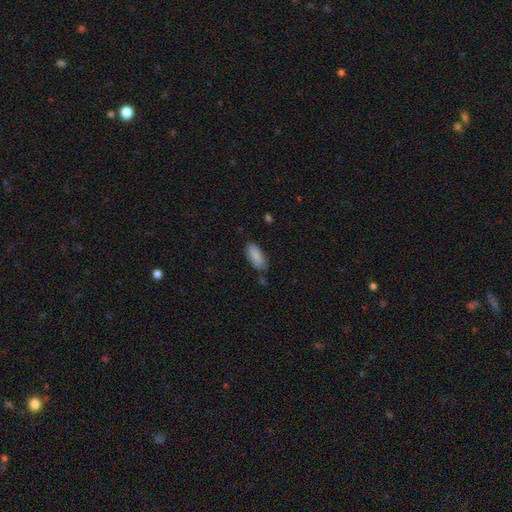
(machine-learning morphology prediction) smooth_or_featured: smooth (p=0.88) [alt: star or artifact p=0.06]
how_rounded: in between (p=0.84) [alt: cigar-shaped p=0.14]
merging: none (p=0.72) [alt: minor disturbance p=0.21]